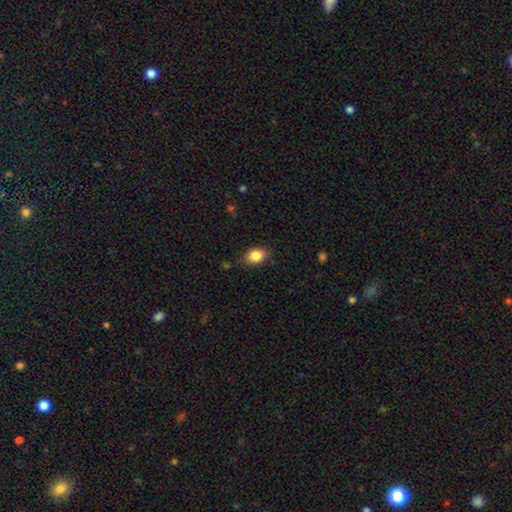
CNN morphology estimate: smooth-or-featured: smooth: 86% | star or artifact: 8% | featured or disk: 6%
  how-rounded: in between: 80% | round: 19% | cigar-shaped: 1%
  merging: none: 80% | minor disturbance: 15% | major disturbance: 3% | merger: 1%